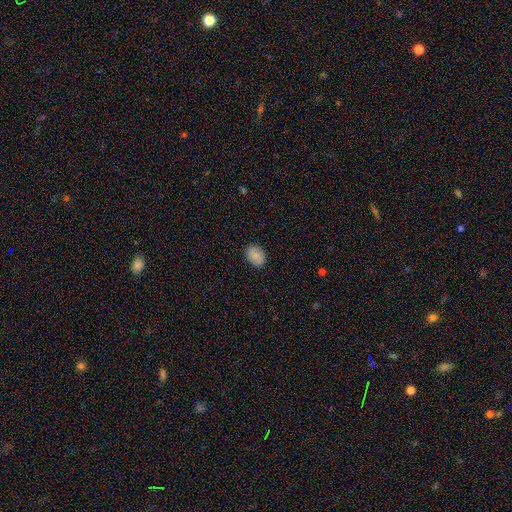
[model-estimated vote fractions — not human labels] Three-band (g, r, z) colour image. It shows a smooth galaxy with no disk features (88%) that is in between round and cigar-shaped (73%). Merging: none (86%).